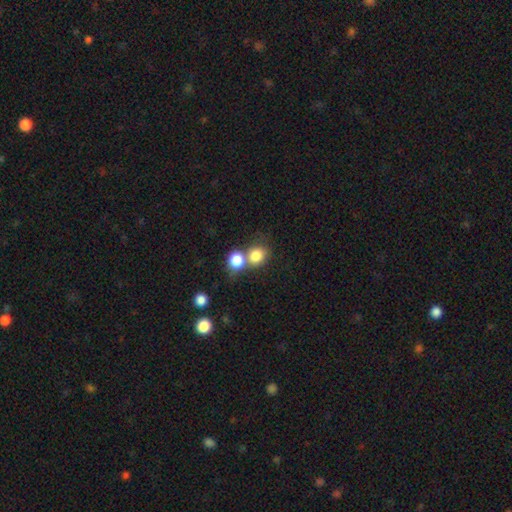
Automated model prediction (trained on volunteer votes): A smooth galaxy with no disk features (81%) that is round (77%).

Vote fractions:
- Smooth or featured? smooth: 81% / star or artifact: 10% / featured or disk: 9%
- How rounded? round: 77% / in between: 22% / cigar-shaped: 1%
- Merging? merger: 50% / none: 39% / minor disturbance: 7% / major disturbance: 4%